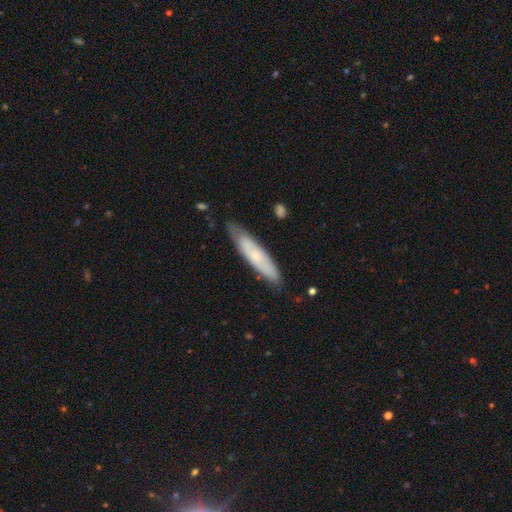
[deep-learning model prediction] The model was most divided on "smooth or featured": smooth: 57%, featured or disk: 37%, star or artifact: 6%. More confident: how rounded — cigar-shaped (80%); merging — none (75%).